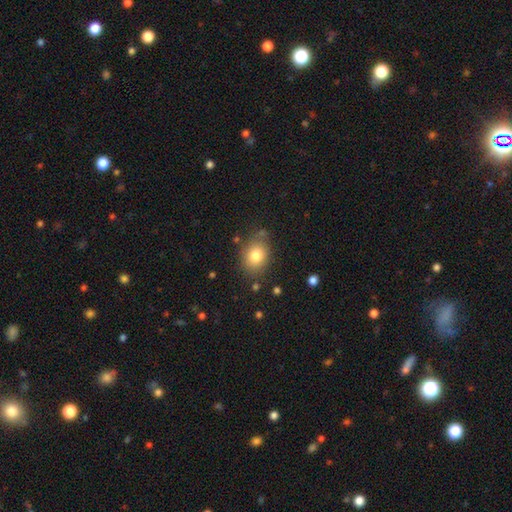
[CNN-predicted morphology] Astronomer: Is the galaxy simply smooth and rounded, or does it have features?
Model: smooth — 79%.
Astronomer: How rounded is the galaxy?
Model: in between — 54% (runner-up: round, 46%).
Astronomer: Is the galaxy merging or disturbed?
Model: none — 77%.